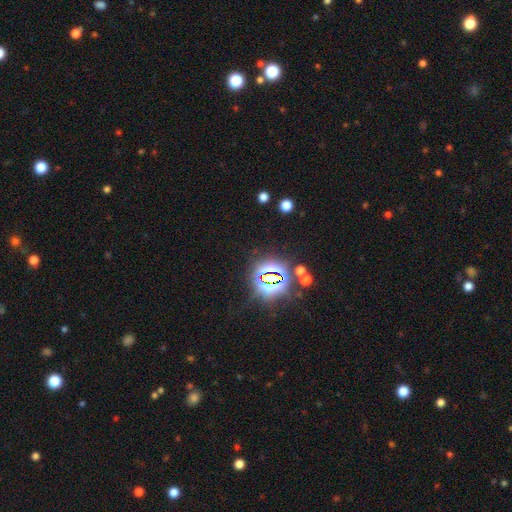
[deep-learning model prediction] The model was most divided on "smooth or featured": star or artifact: 82%, smooth: 11%, featured or disk: 8%.